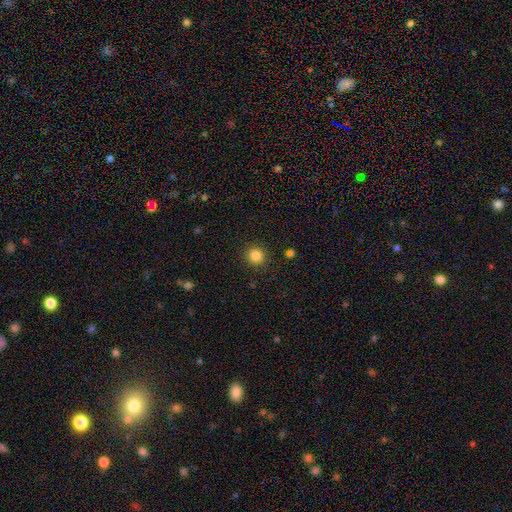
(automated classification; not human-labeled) This appears to be a smooth galaxy with no disk features (84%) that is round (92%). Merging: none (91%).